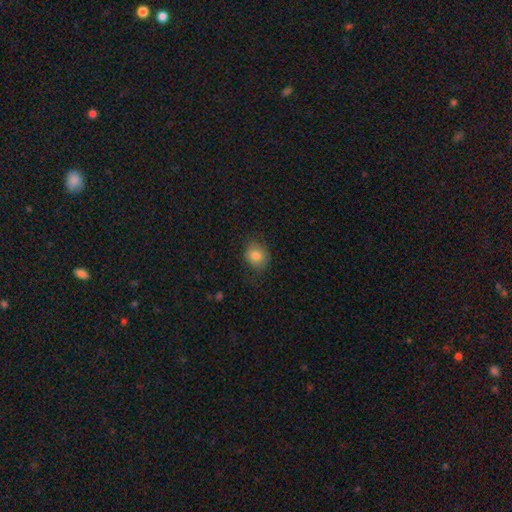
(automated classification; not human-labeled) smooth_or_featured: smooth (p=0.81) [alt: featured or disk p=0.11]
how_rounded: round (p=0.67) [alt: in between p=0.32]
merging: none (p=0.70) [alt: minor disturbance p=0.21]